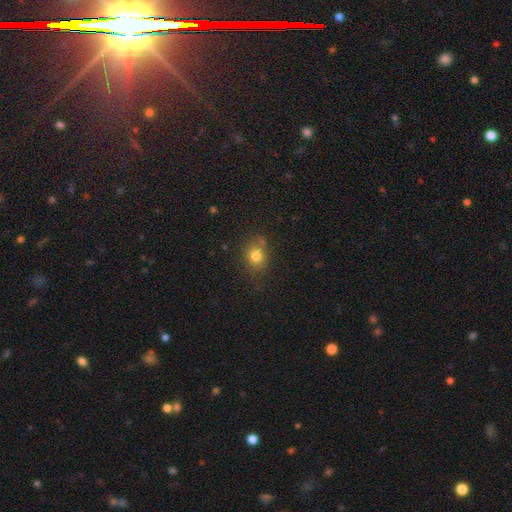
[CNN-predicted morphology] smooth_or_featured: smooth (p=0.80) [alt: star or artifact p=0.12]
how_rounded: round (p=0.59) [alt: in between p=0.40]
merging: none (p=0.72) [alt: minor disturbance p=0.17]